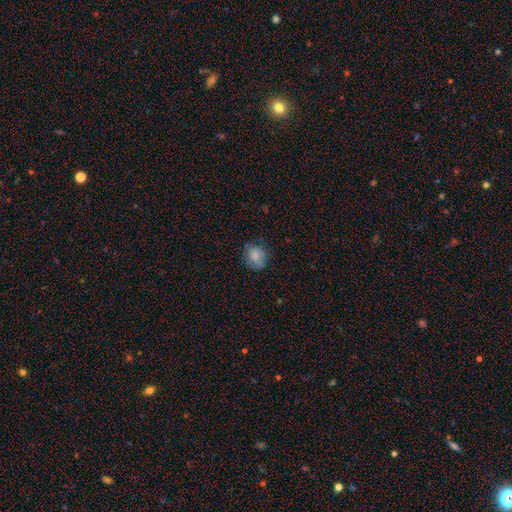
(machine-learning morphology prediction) Smooth or featured? Predicted: smooth (p=0.80). How rounded? Predicted: round (p=0.65). Merging? Predicted: none (p=0.73).